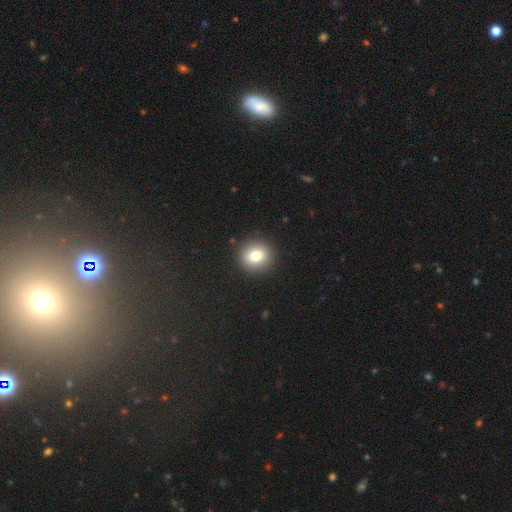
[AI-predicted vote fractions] This appears to be a smooth galaxy with no disk features (77%) that is round (91%). Merging: none (92%).